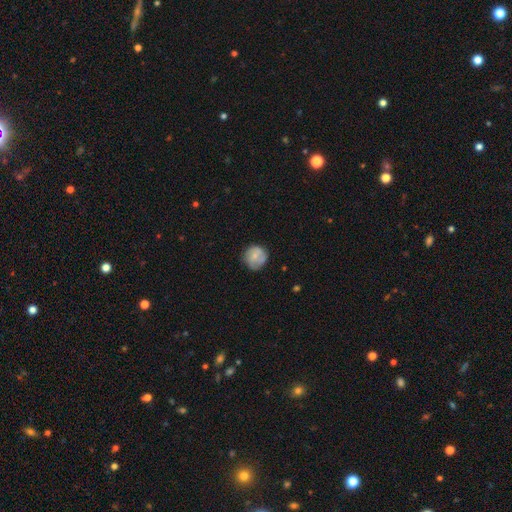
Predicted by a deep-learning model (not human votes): Smooth or featured? smooth (55%)
How rounded? round (89%)
Merging? none (73%)